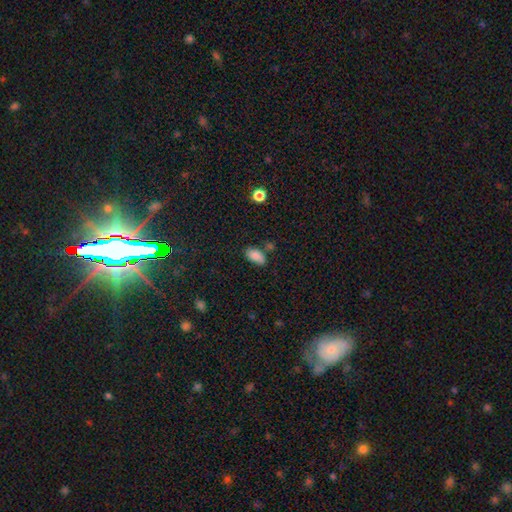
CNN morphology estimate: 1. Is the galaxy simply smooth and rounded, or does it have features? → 83% smooth, 9% star or artifact, 8% featured or disk.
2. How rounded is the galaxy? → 92% in between, 5% round, 3% cigar-shaped.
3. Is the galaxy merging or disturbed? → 64% none, 21% minor disturbance, 10% merger, 5% major disturbance.